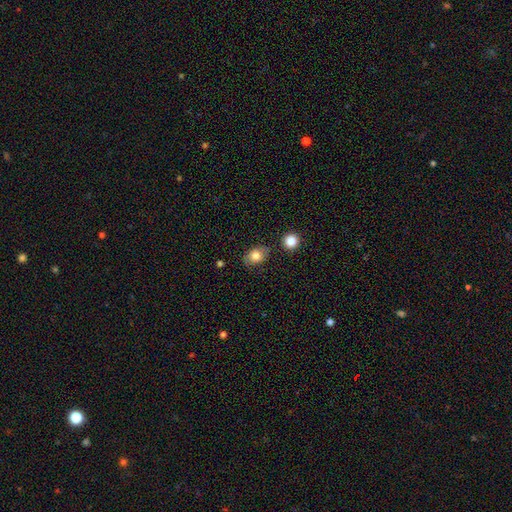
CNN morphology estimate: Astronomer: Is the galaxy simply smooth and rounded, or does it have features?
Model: smooth — 78%.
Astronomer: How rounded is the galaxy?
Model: in between — 74%.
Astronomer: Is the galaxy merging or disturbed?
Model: none — 76%.